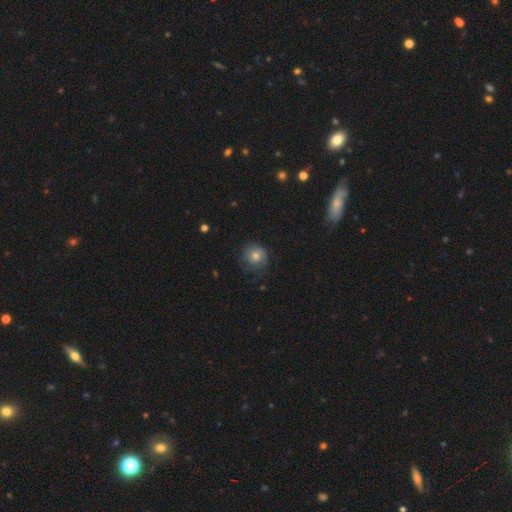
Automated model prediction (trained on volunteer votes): A smooth galaxy with no disk features (61%) that is round (86%). Merging: none (65%).